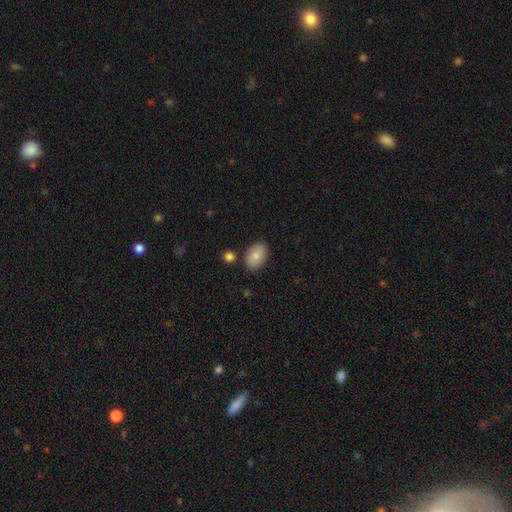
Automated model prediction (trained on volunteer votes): Overall: smooth (81%). How rounded: in between (88%). Merging: none (82%).